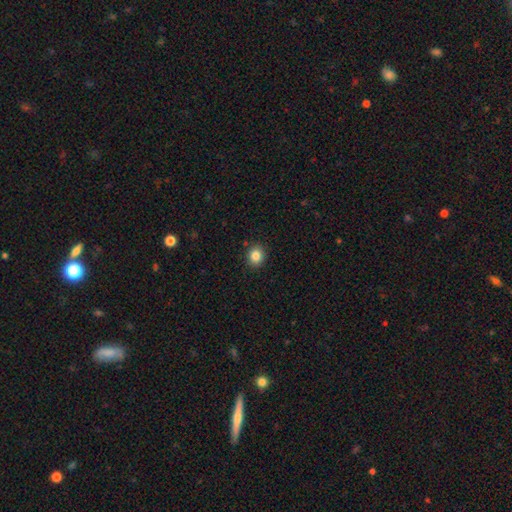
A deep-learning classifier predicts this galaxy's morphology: Smooth or featured? Predicted: smooth (p=0.85). How rounded? Predicted: round (p=0.73). Merging? Predicted: none (p=0.89).